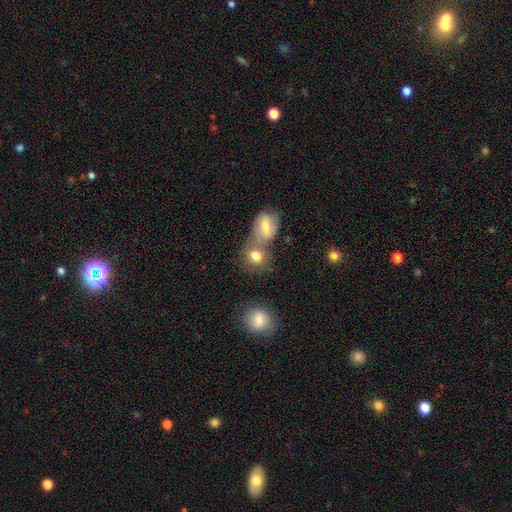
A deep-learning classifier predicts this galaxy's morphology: Smooth or featured?
  - smooth: 78% *
  - featured or disk: 12%
  - star or artifact: 9%
How rounded?
  - round: 63% *
  - in between: 36%
  - cigar-shaped: 2%
Merging?
  - merger: 47% *
  - none: 40%
  - minor disturbance: 9%
  - major disturbance: 4%